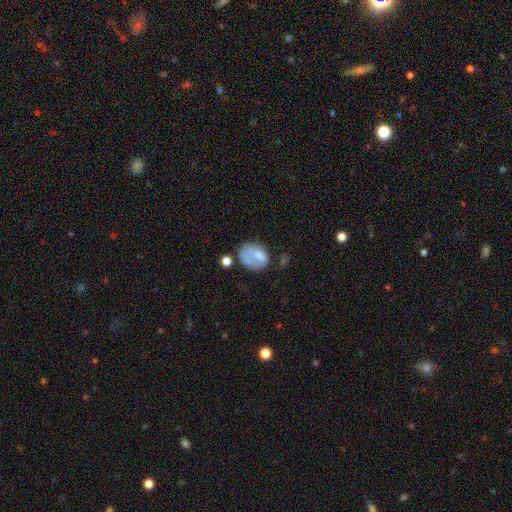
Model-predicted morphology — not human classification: Smooth or featured? Predicted: smooth (p=0.61). How rounded? Predicted: in between (p=0.54). Merging? Predicted: none (p=0.39).